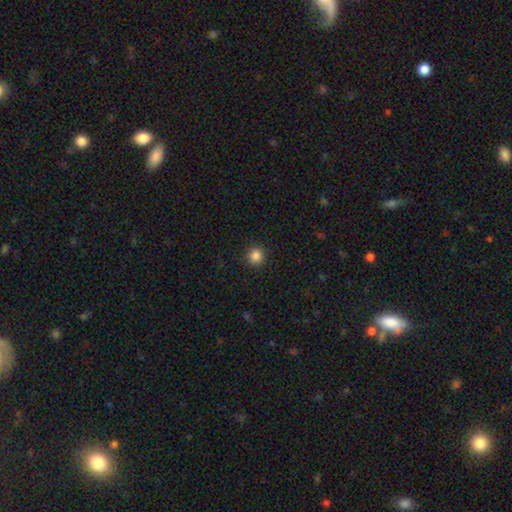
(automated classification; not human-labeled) The model was most divided on "smooth or featured": smooth: 85%, star or artifact: 11%, featured or disk: 3%. More confident: how rounded — round (94%); merging — none (92%).